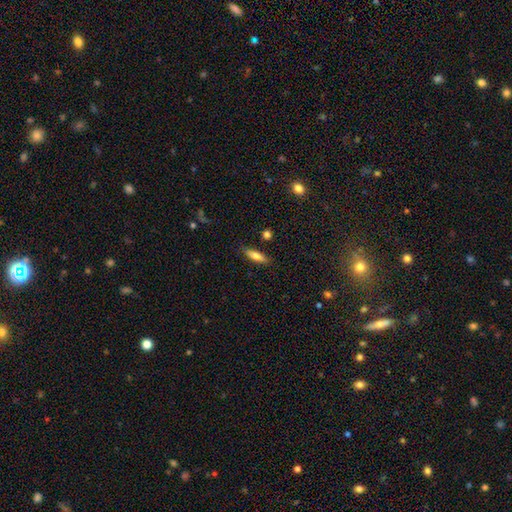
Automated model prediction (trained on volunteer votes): The model was most divided on "how rounded": cigar-shaped: 56%, in between: 42%, round: 2%. More confident: merging — none (85%); smooth or featured — smooth (71%).